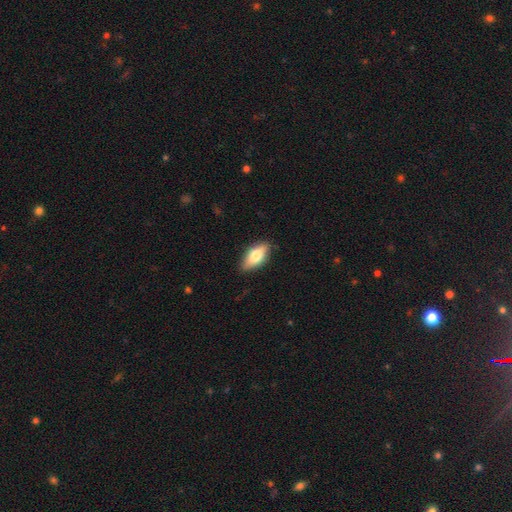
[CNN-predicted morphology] smooth-or-featured: smooth: 73% | featured or disk: 21% | star or artifact: 6%
  how-rounded: in between: 86% | cigar-shaped: 11% | round: 3%
  merging: none: 85% | minor disturbance: 12% | major disturbance: 2% | merger: 1%